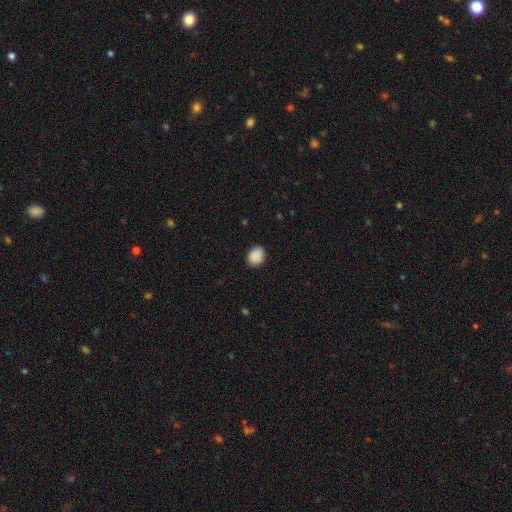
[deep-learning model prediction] A smooth galaxy with no disk features (90%) that is round (53%). Merging: none (88%).